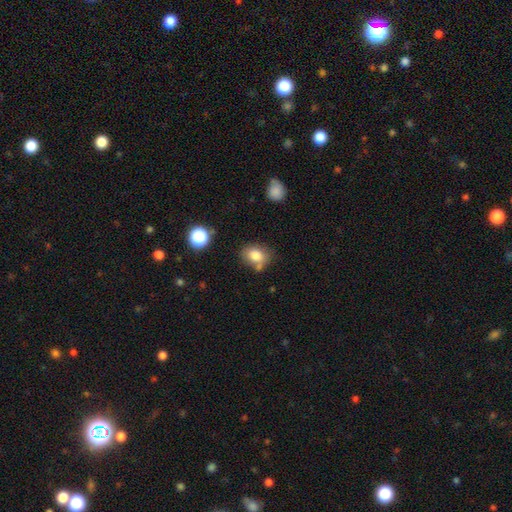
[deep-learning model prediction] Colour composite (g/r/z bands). It shows a smooth galaxy with no disk features (80%) that is in between round and cigar-shaped (59%). Merging: none (59%).